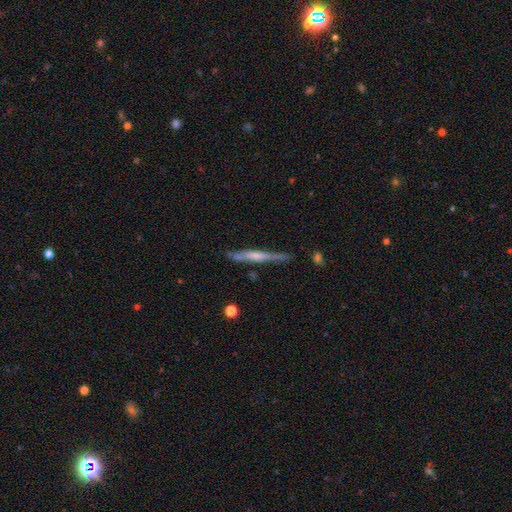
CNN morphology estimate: The model was most divided on "edge-on bulge": rounded: 44%, none: 39%, boxy: 16%. More confident: edge-on disk — yes (94%); merging — none (79%); smooth or featured — featured or disk (64%).